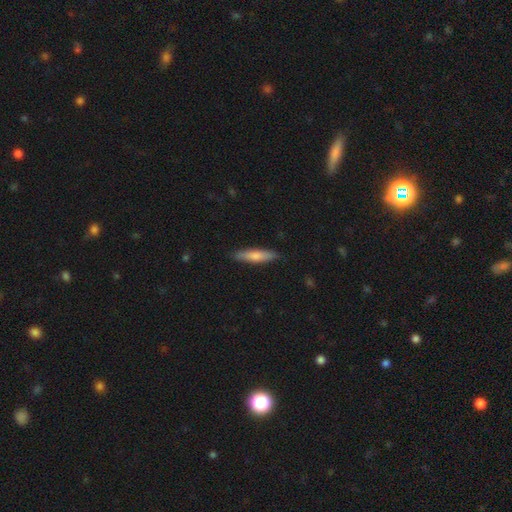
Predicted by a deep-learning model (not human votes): Smooth or featured? smooth (70%)
How rounded? cigar-shaped (82%)
Merging? none (86%)